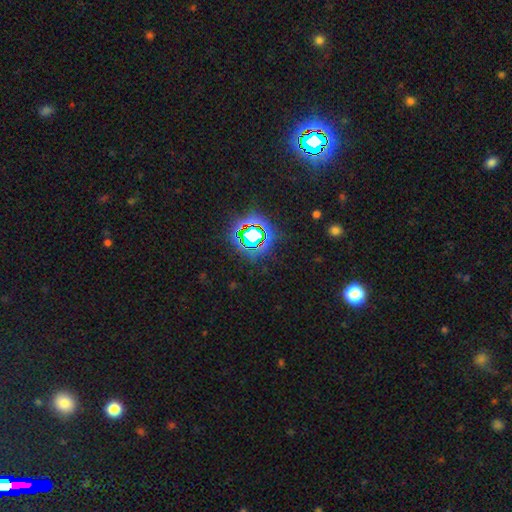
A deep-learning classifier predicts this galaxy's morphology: Smooth or featured? Predicted: star or artifact (p=0.79).